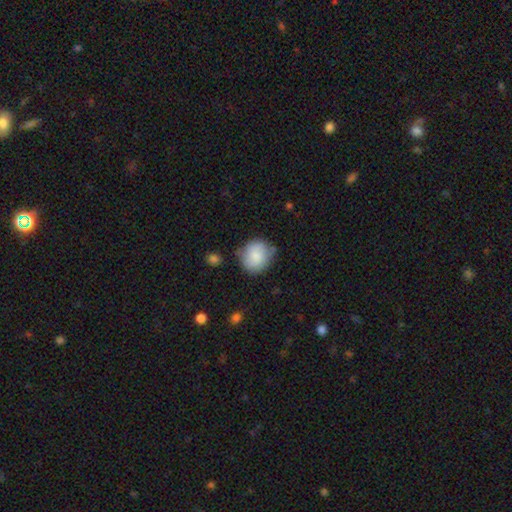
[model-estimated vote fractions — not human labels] A smooth galaxy with no disk features (80%) that is round (80%). Merging: none (68%).